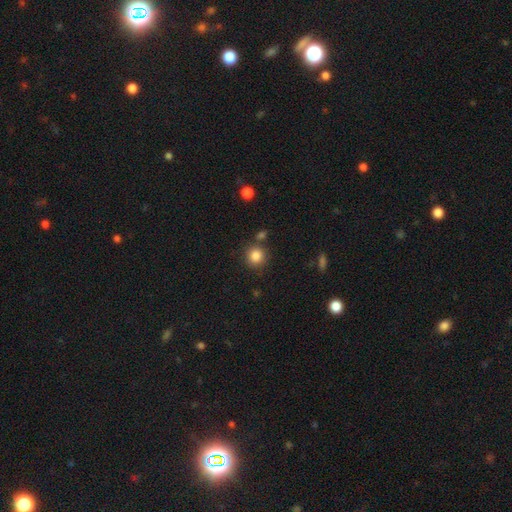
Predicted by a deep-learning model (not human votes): Morphology: type=smooth (84%); roundness=round (91%); merging=none (80%).